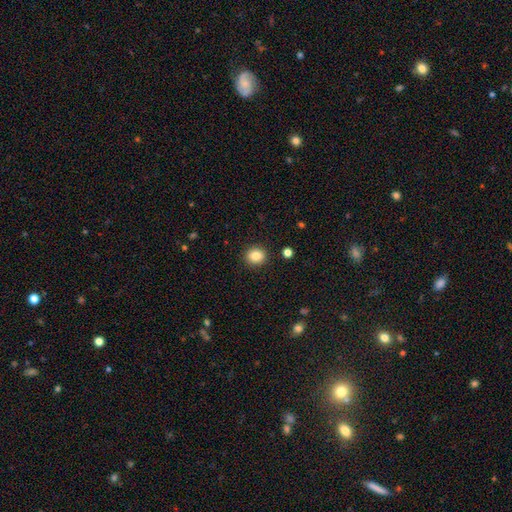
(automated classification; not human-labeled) This appears to be a smooth galaxy with no disk features (85%) that is round (82%). Merging: none (91%).